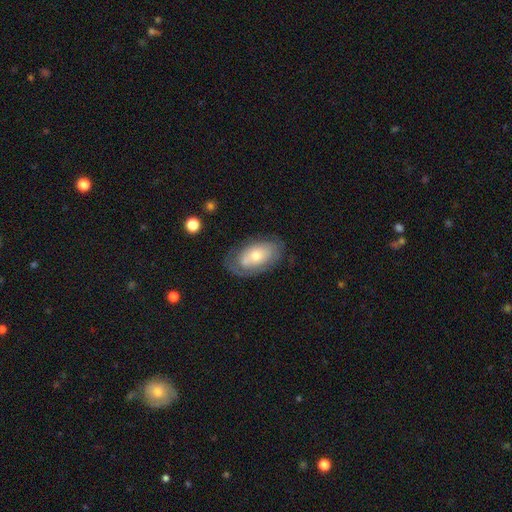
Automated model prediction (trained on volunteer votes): Q: Smooth or featured?
A: smooth (49%); runner-up: featured or disk (45%)
Q: Merging?
A: none (58%); runner-up: minor disturbance (24%)